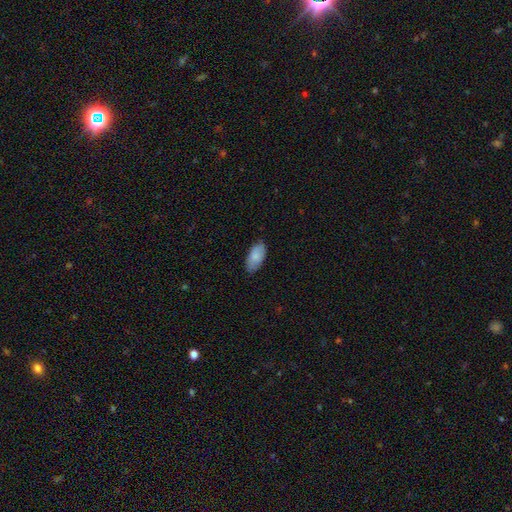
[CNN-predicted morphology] Smooth or featured? smooth (84%)
How rounded? in between (93%)
Merging? none (82%)